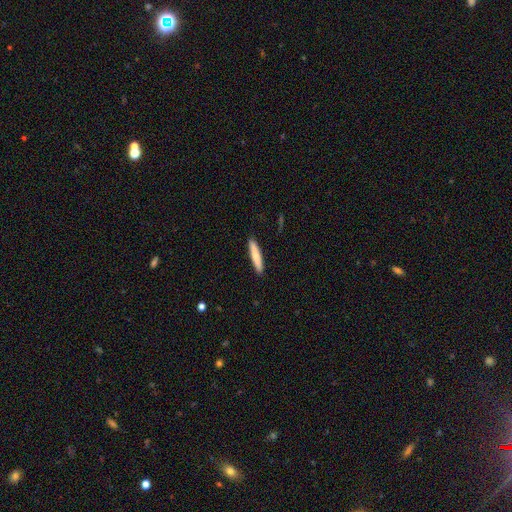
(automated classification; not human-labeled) Morphology: type=smooth (75%); roundness=cigar-shaped (91%); merging=none (91%).